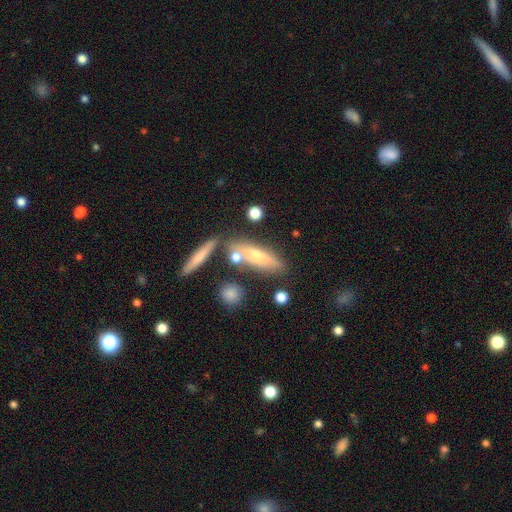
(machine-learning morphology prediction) Smooth or featured? Predicted: smooth (p=0.57). How rounded? Predicted: cigar-shaped (p=0.57). Merging? Predicted: none (p=0.61).